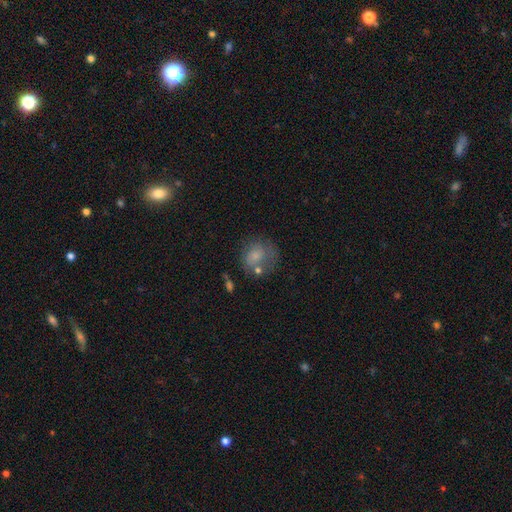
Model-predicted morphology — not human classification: Smooth or featured: smooth — 67% (featured or disk — 23%)
How rounded: round — 70% (in between — 28%)
Merging: none — 47% (minor disturbance — 23%)